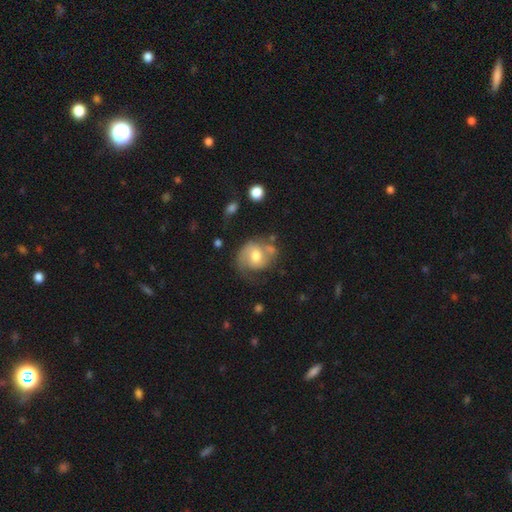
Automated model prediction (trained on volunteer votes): Smooth or featured? Predicted: featured or disk (p=0.61). Edge-on disk? Predicted: no (p=0.97). Bar? Predicted: no (p=0.57). Spiral arms? Predicted: yes (p=0.82). Bulge size? Predicted: moderate (p=0.70). Merging? Predicted: none (p=0.48).